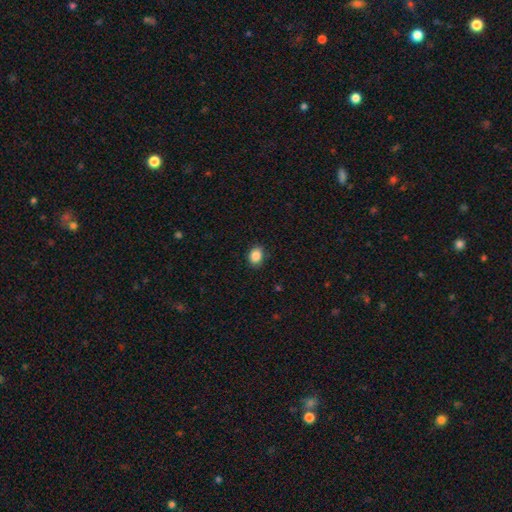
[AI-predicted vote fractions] Smooth or featured: smooth — 88% (star or artifact — 9%)
How rounded: in between — 61% (round — 38%)
Merging: none — 87% (minor disturbance — 10%)